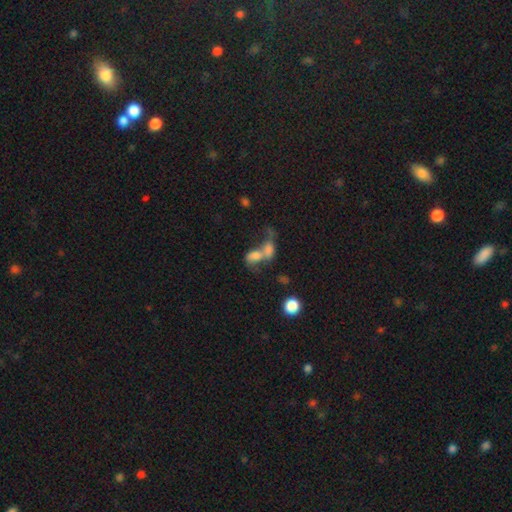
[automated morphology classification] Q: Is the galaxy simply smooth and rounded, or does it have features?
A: smooth — 62%.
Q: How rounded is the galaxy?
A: in between — 78%.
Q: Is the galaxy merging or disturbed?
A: merger — 75%.